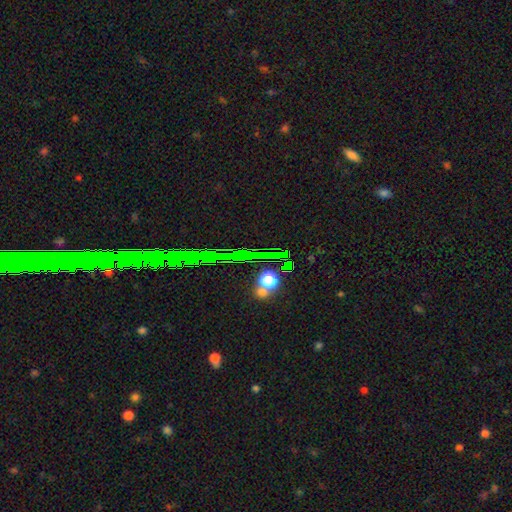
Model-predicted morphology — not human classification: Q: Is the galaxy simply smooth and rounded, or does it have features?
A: star or artifact — 64%.